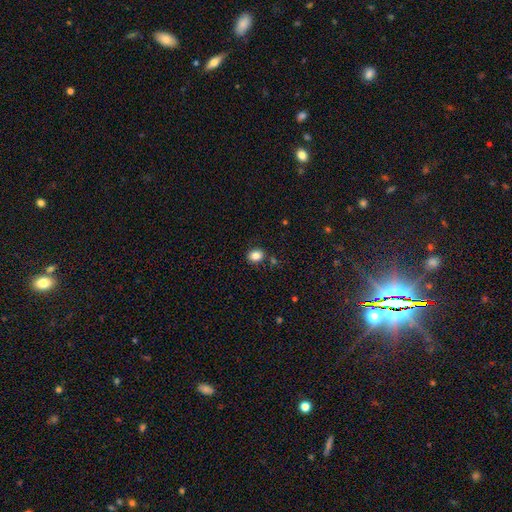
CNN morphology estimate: type=smooth (85%); roundness=in between (52%); merging=none (82%).